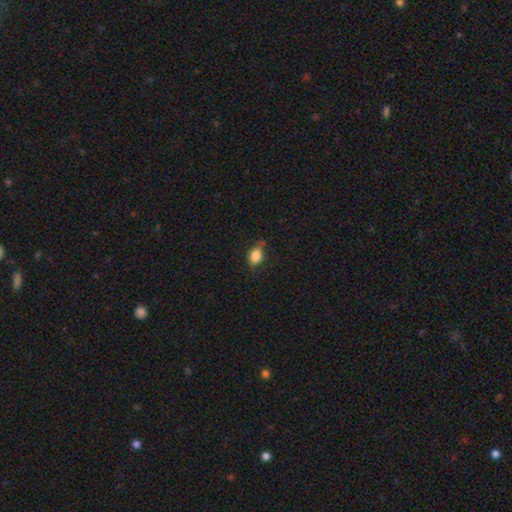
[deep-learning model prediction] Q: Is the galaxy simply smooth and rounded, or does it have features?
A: smooth — 84%.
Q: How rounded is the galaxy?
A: in between — 71%.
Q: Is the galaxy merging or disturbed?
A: none — 58%.